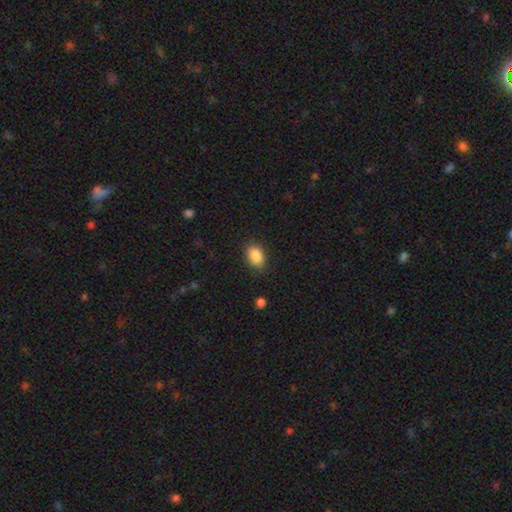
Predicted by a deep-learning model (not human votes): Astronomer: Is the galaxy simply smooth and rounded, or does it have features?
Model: smooth — 88%.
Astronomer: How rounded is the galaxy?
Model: in between — 84%.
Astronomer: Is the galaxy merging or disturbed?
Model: none — 85%.